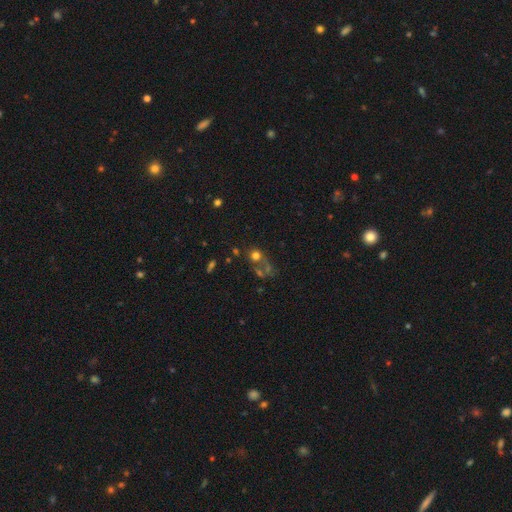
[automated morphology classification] Q: Smooth or featured?
A: smooth (60%); runner-up: star or artifact (23%)
Q: How rounded?
A: round (83%); runner-up: in between (16%)
Q: Merging?
A: none (40%); runner-up: merger (36%)